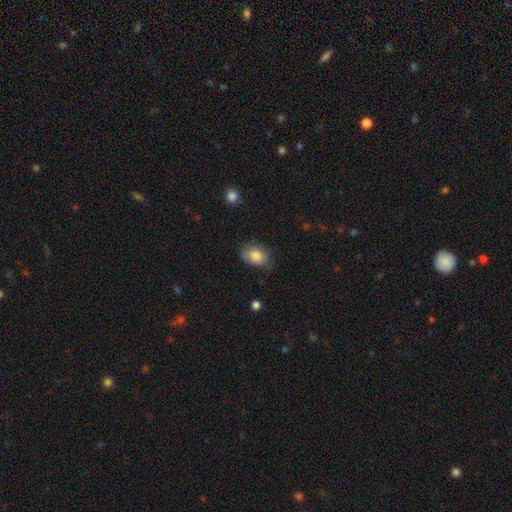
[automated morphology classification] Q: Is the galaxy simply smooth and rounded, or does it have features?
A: smooth — 85%.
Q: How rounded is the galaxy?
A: in between — 80%.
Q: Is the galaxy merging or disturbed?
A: none — 66%.